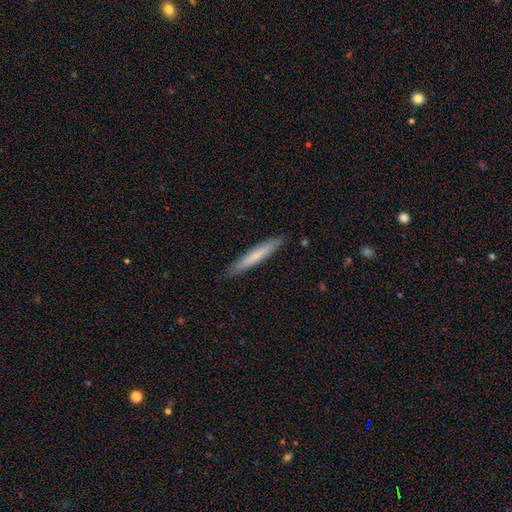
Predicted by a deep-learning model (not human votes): smooth 67%, featured or disk 28%, star or artifact 5%. Down the decision tree: how rounded — cigar-shaped (95%); merging — none (89%).